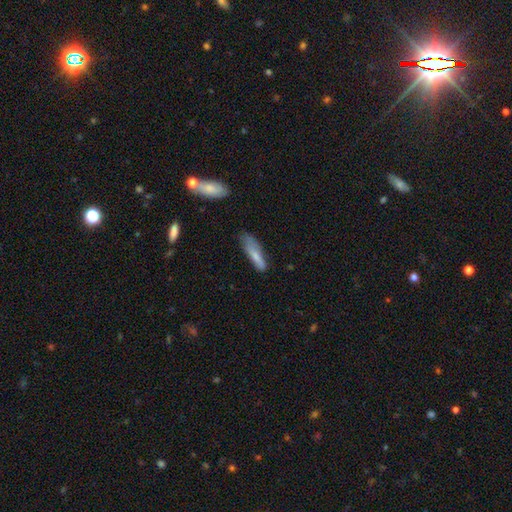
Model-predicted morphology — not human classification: type=smooth (75%); roundness=cigar-shaped (70%); merging=none (46%).